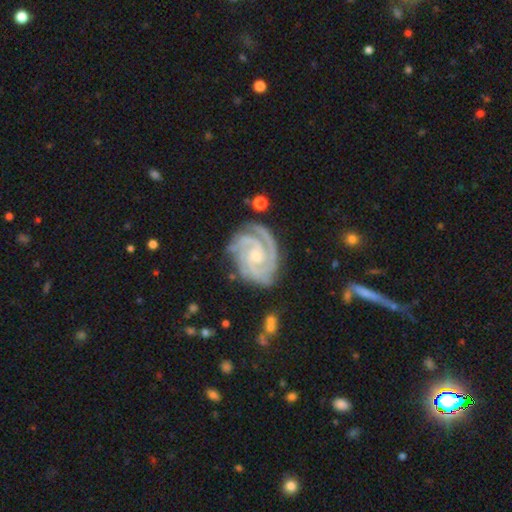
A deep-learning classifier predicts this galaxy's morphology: A featured or disk galaxy (93%) with no bar (63%), 3 (44%) tight (74%) spiral arms (99%) and a small central bulge (61%).

Vote fractions:
- Smooth or featured? featured or disk: 93% / star or artifact: 4% / smooth: 3%
- Edge-on disk? no: 98% / yes: 2%
- Bar? no: 63% / weak: 28% / strong: 9%
- Spiral arms? yes: 99% / no: 1%
- Spiral winding? tight: 74% / medium: 23% / loose: 2%
- Spiral arm count? 3: 44% / 2: 34% / 4: 7% / can't tell: 7% / 1: 4% / more than 4: 4%
- Bulge size? small: 61% / moderate: 31% / none: 6% / large: 2% / dominant: 1%
- Merging? none: 73% / minor disturbance: 19% / major disturbance: 6% / merger: 2%